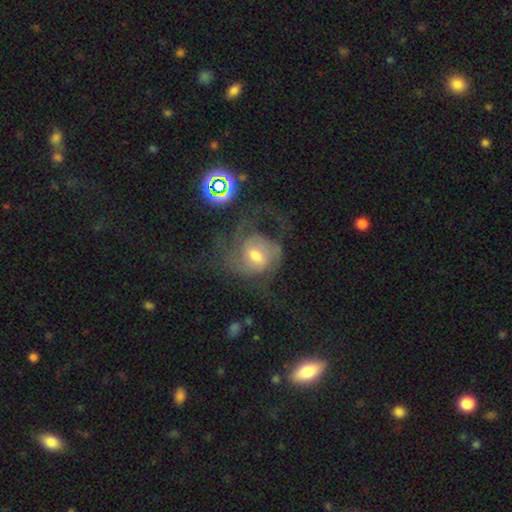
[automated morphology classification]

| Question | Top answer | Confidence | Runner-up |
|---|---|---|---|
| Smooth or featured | featured or disk | 71% | smooth (17%) |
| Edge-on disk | no | 97% | yes (3%) |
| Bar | weak | 45% | tied: no (45%) |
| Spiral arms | yes | 88% | no (12%) |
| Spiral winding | medium | 47% | loose (30%) |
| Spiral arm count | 2 | 42% | can't tell (24%) |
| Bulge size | moderate | 62% | small (27%) |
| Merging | none | 43% | major disturbance (37%) |